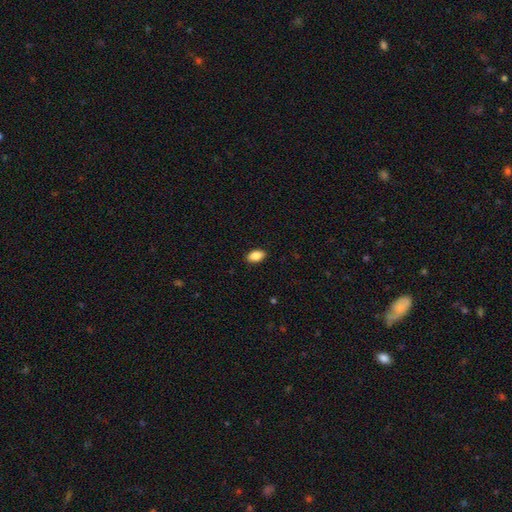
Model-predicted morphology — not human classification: Overall: smooth (88%). How rounded: in between (91%). Merging: none (88%).